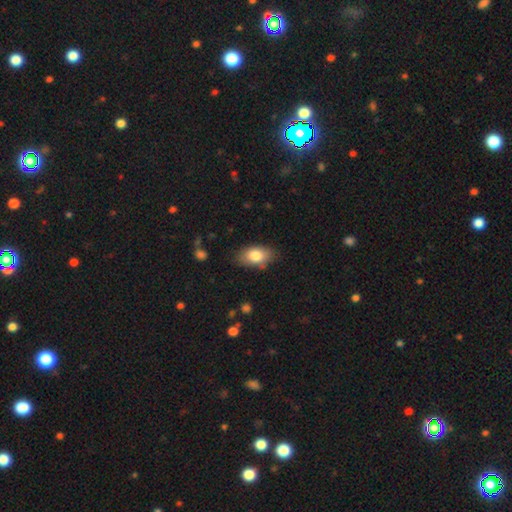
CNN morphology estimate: This is clearly a smooth galaxy (81%). How rounded: clearly in between (92%). Merging: likely none (79%).